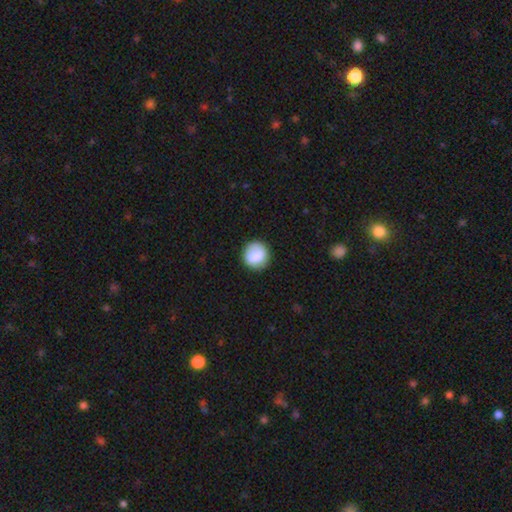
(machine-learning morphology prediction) smooth_or_featured: smooth (p=0.84) [alt: featured or disk p=0.09]
how_rounded: round (p=0.89) [alt: in between p=0.10]
merging: none (p=0.84) [alt: minor disturbance p=0.12]